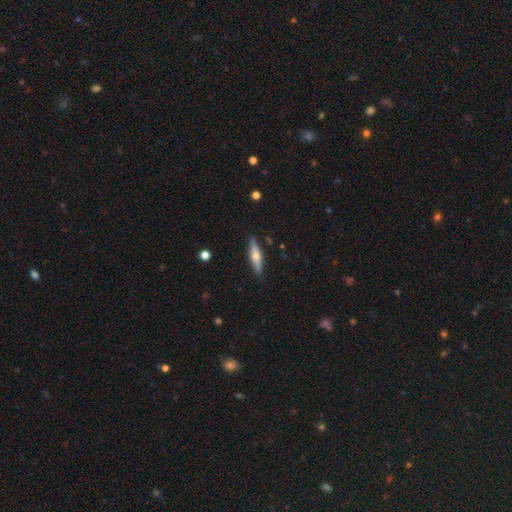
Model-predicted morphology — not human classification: Smooth or featured? featured or disk (48%)
Merging? none (88%)